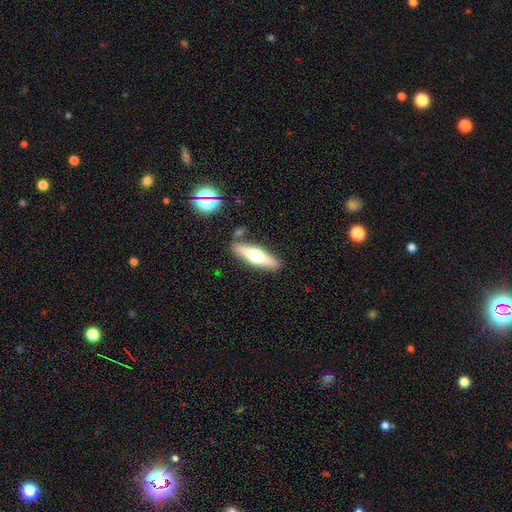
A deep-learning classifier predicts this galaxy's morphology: smooth_or_featured: featured or disk (p=0.51) [alt: smooth p=0.43]
disk_edge_on: yes (p=0.91) [alt: no p=0.09]
merging: none (p=0.84) [alt: minor disturbance p=0.09]